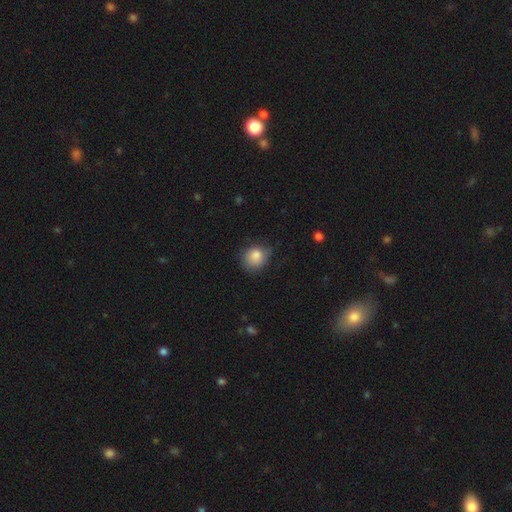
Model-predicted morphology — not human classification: Smooth or featured? Predicted: smooth (p=0.85). How rounded? Predicted: round (p=0.76). Merging? Predicted: none (p=0.66).